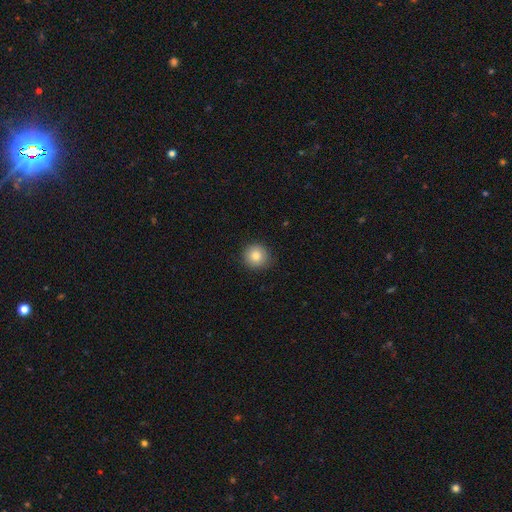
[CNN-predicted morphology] type=smooth (82%); roundness=round (92%); merging=none (88%).